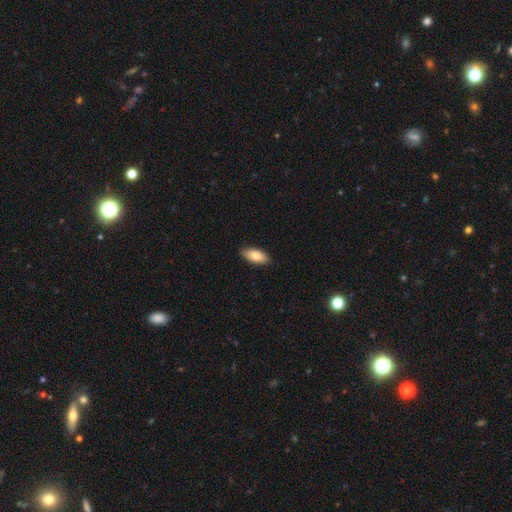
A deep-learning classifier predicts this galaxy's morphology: A smooth galaxy with no disk features (85%) that is in between round and cigar-shaped (85%). Merging: none (88%).